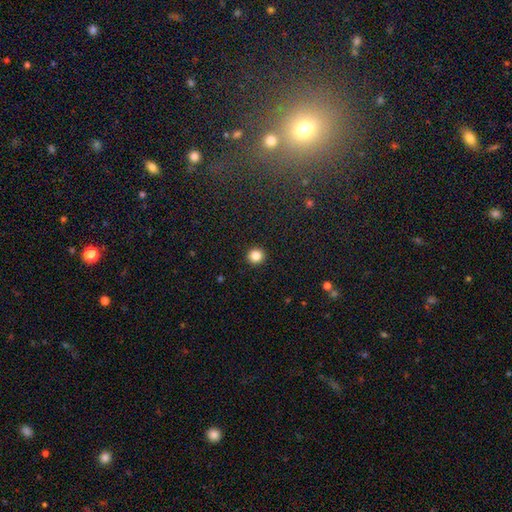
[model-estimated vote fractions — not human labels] Smooth or featured? smooth (85%)
How rounded? round (94%)
Merging? none (93%)